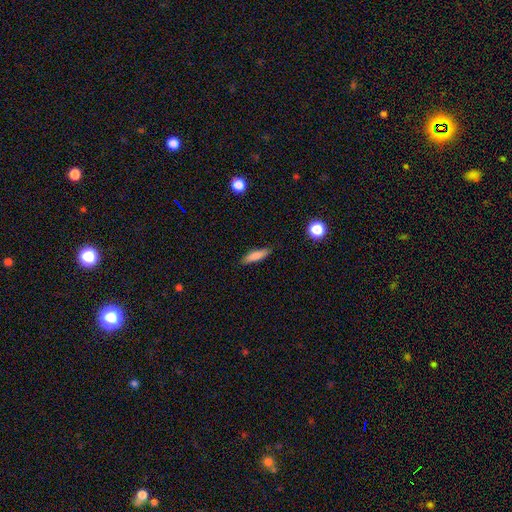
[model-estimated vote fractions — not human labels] smooth 80%, featured or disk 12%, star or artifact 7%. Down the decision tree: how rounded — cigar-shaped (72%); merging — none (86%).